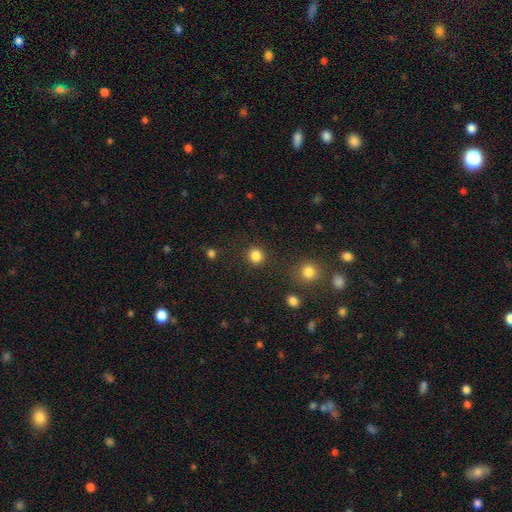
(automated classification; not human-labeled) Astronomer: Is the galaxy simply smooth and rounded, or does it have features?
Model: smooth — 85%.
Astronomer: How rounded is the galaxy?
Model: round — 90%.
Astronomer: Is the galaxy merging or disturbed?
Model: none — 89%.